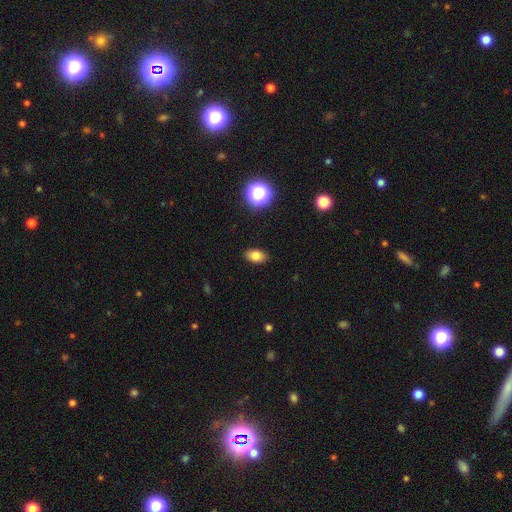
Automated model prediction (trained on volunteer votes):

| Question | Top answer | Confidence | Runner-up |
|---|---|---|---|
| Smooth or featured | smooth | 80% | star or artifact (12%) |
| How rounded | in between | 87% | round (11%) |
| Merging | none | 89% | minor disturbance (8%) |